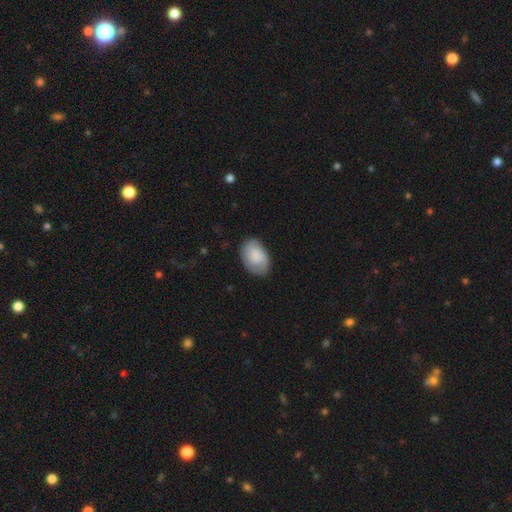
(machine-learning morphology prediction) Smooth or featured?
  - smooth: 75% *
  - featured or disk: 18%
  - star or artifact: 7%
How rounded?
  - in between: 87% *
  - round: 12%
  - cigar-shaped: 1%
Merging?
  - none: 74% *
  - minor disturbance: 20%
  - major disturbance: 5%
  - merger: 1%